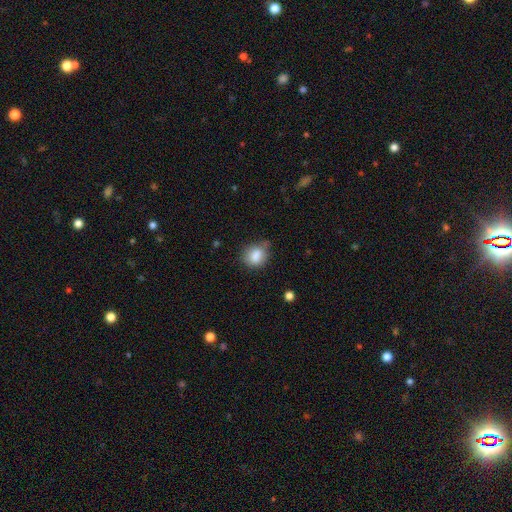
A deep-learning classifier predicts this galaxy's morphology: Smooth or featured? Predicted: smooth (p=0.83). How rounded? Predicted: round (p=0.59). Merging? Predicted: none (p=0.58).